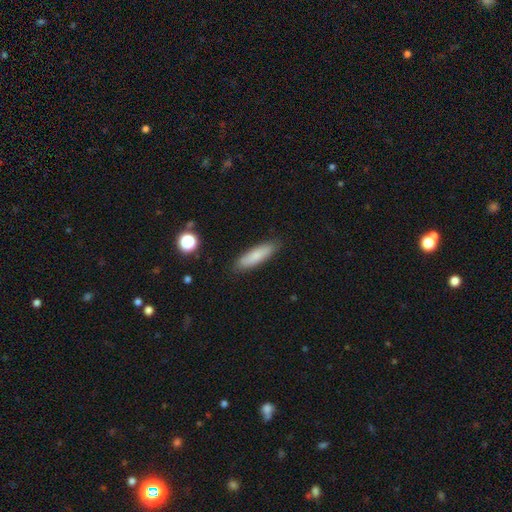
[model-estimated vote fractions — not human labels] A smooth galaxy with no disk features (79%) that is cigar-shaped (65%).

Vote fractions:
- Smooth or featured? smooth: 79% / featured or disk: 14% / star or artifact: 7%
- How rounded? cigar-shaped: 65% / in between: 34% / round: 2%
- Merging? none: 87% / minor disturbance: 10% / major disturbance: 2% / merger: 1%